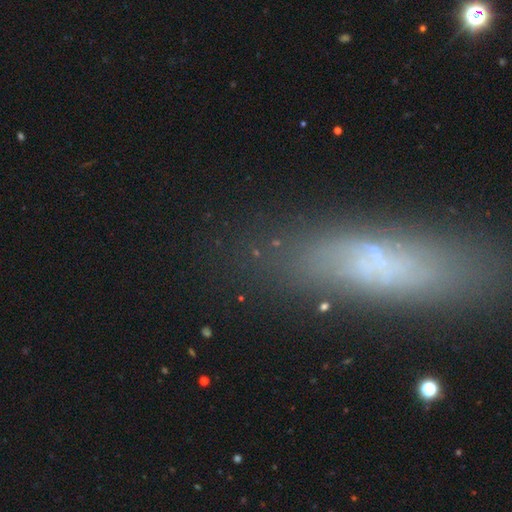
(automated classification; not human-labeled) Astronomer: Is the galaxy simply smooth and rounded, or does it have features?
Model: smooth — 43% (runner-up: featured or disk, 38%).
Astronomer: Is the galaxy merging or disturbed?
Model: none — 70%.